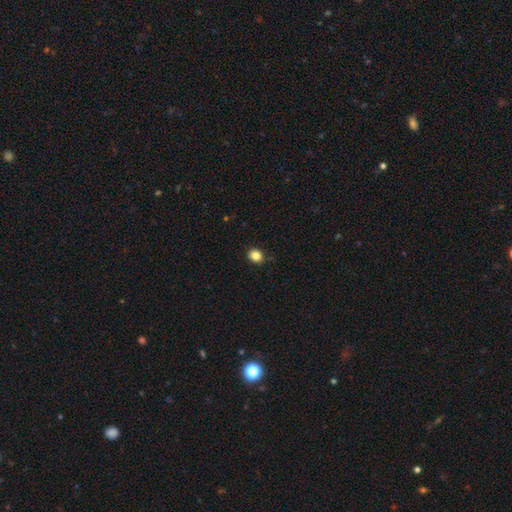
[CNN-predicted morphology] Smooth or featured? smooth (85%)
How rounded? round (54%)
Merging? none (88%)